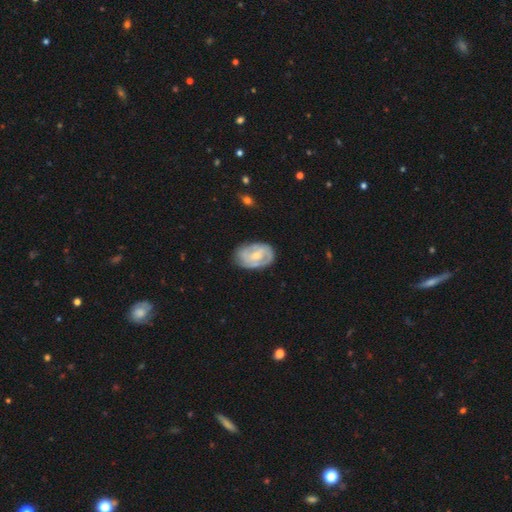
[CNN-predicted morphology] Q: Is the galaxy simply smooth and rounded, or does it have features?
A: featured or disk — 72%.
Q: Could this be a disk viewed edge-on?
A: no — 97%.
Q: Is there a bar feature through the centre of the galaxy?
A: no — 55%.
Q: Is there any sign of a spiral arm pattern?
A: yes — 84%.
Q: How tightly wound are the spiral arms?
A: tight — 55%.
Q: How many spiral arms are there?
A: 2 — 42%.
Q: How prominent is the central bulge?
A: small — 60%.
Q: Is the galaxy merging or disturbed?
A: none — 70%.